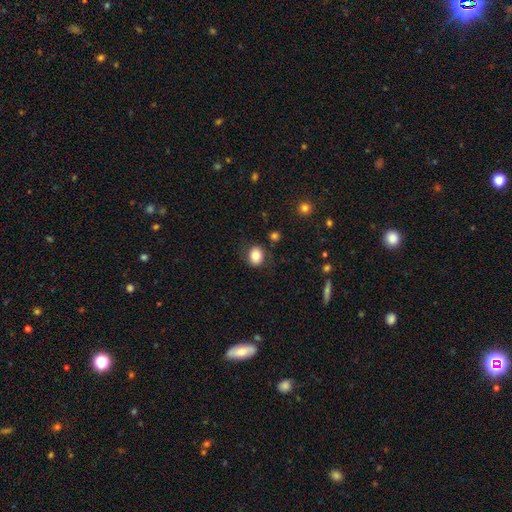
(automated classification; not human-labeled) smooth_or_featured: smooth (p=0.81) [alt: star or artifact p=0.10]
how_rounded: round (p=0.55) [alt: in between p=0.44]
merging: none (p=0.81) [alt: minor disturbance p=0.12]